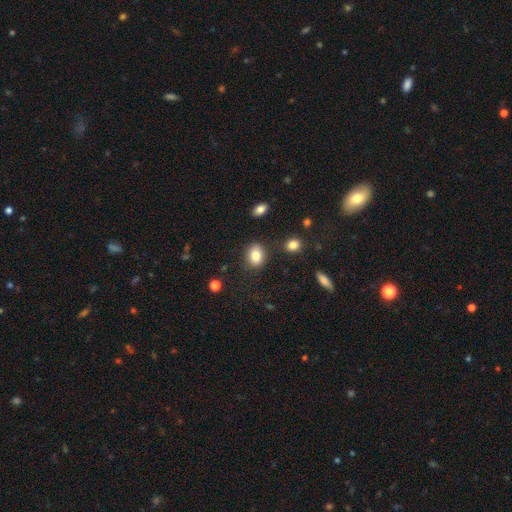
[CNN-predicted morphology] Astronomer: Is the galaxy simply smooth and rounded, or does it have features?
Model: smooth — 83%.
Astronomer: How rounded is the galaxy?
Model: in between — 62% (runner-up: round, 37%).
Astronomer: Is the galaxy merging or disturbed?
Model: none — 82%.